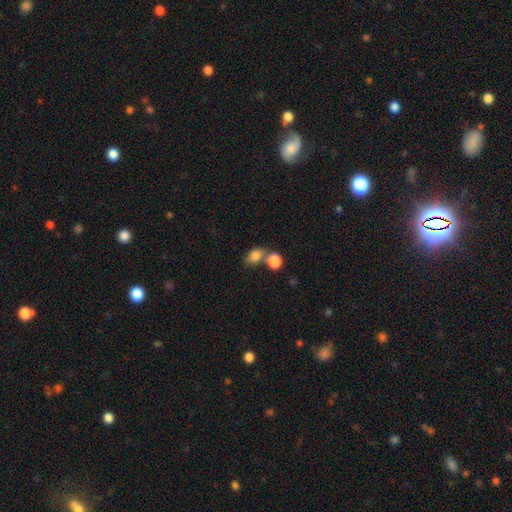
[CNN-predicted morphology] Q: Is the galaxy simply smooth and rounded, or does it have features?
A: smooth — 83%.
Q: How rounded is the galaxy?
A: in between — 71%.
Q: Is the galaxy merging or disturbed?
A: merger — 46%.